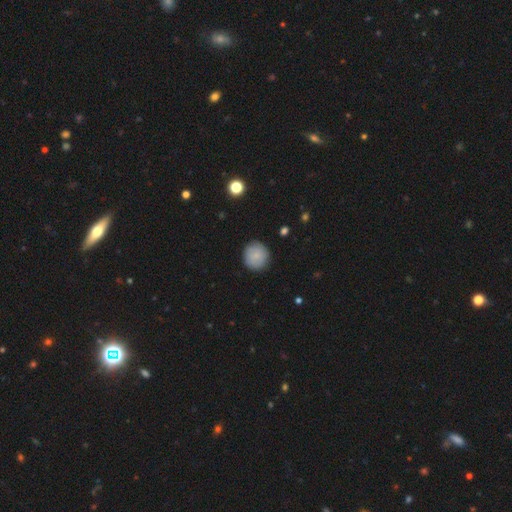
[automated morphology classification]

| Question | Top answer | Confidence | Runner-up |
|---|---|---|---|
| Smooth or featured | smooth | 83% | featured or disk (10%) |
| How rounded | round | 94% | in between (5%) |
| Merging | none | 89% | minor disturbance (8%) |